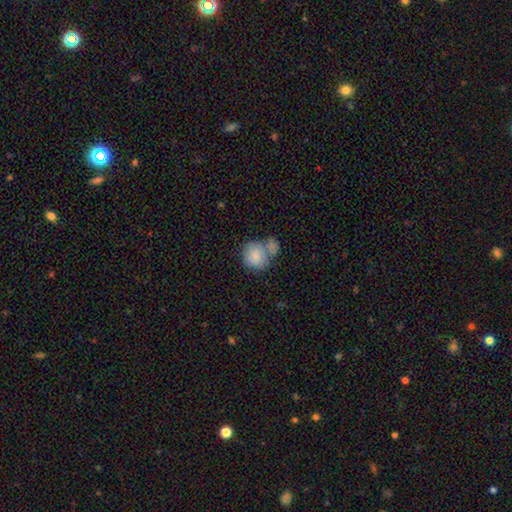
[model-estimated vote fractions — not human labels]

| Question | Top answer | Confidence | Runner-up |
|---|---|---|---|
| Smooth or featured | smooth | 82% | featured or disk (10%) |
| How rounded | round | 80% | in between (19%) |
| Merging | merger | 45% | none (37%) |